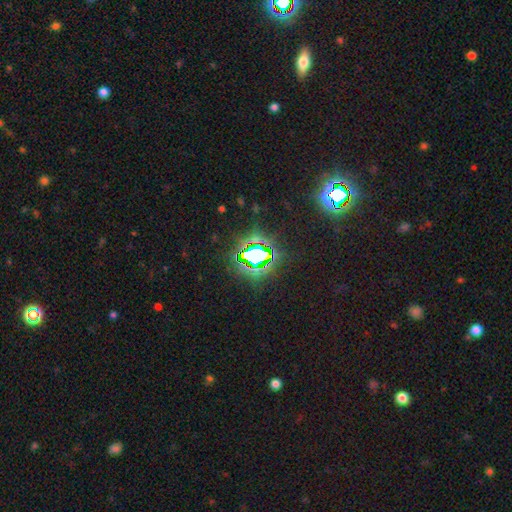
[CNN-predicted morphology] smooth-or-featured: star or artifact: 77% | smooth: 14% | featured or disk: 10%